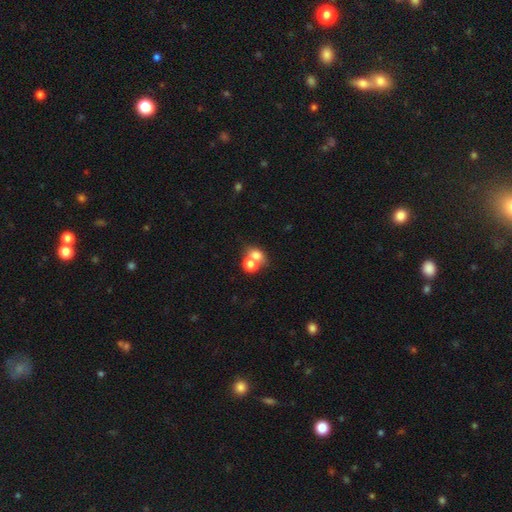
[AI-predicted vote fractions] A smooth galaxy with no disk features (73%) that is round (52%).

Vote fractions:
- Smooth or featured? smooth: 73% / featured or disk: 15% / star or artifact: 12%
- How rounded? round: 52% / in between: 46% / cigar-shaped: 1%
- Merging? merger: 56% / none: 31% / minor disturbance: 8% / major disturbance: 5%